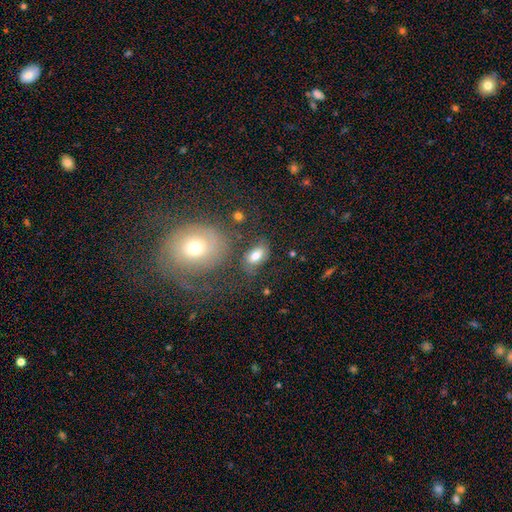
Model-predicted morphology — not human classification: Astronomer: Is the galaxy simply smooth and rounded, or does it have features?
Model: smooth — 74%.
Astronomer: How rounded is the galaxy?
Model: in between — 89%.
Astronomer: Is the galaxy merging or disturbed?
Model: none — 63%.